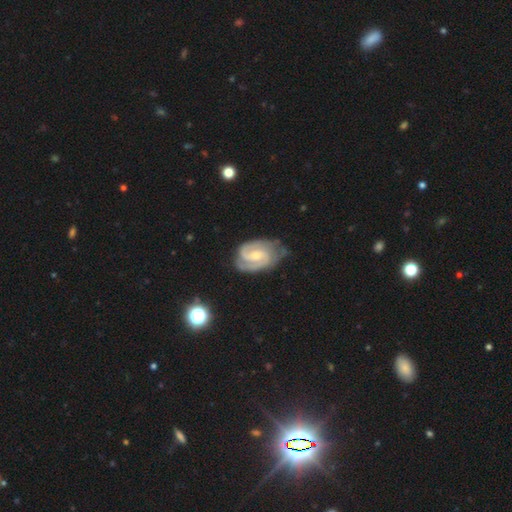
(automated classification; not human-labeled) Smooth or featured? featured or disk (89%)
Edge-on disk? no (98%)
Bar? weak (50%)
Spiral arms? yes (98%)
Spiral winding? tight (46%)
Spiral arm count? 2 (75%)
Bulge size? small (51%)
Merging? none (65%)